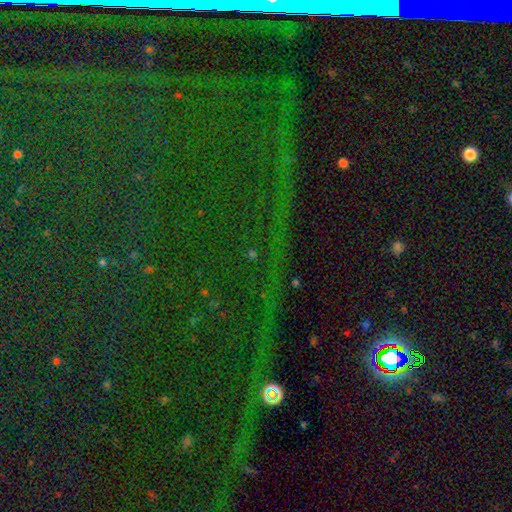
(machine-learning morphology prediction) Overall: star or artifact (81%).